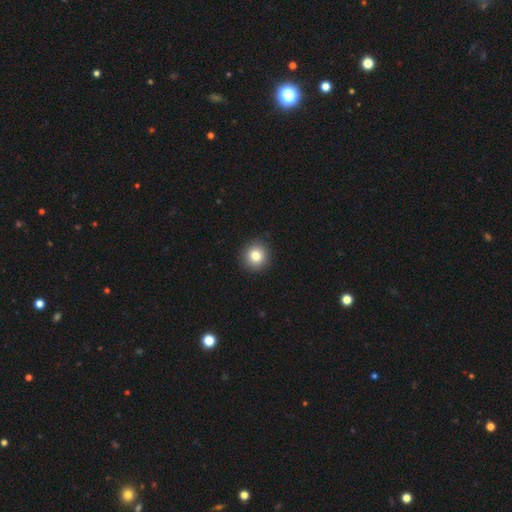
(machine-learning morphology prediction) This appears to be a smooth galaxy with no disk features (82%) that is round (92%). Merging: none (92%).